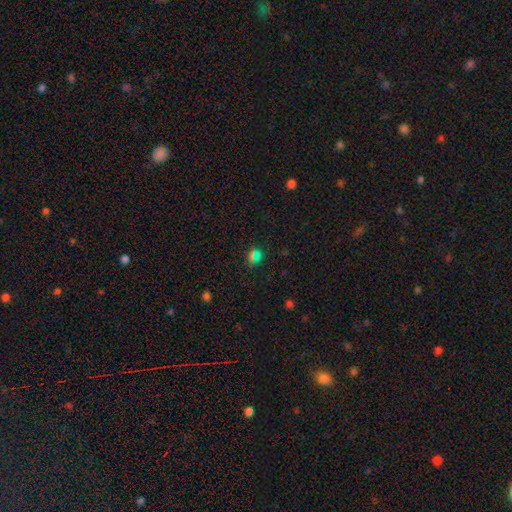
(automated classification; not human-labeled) Overall: smooth (55%; star or artifact 37%). How rounded: round (81%). Merging: none (82%).